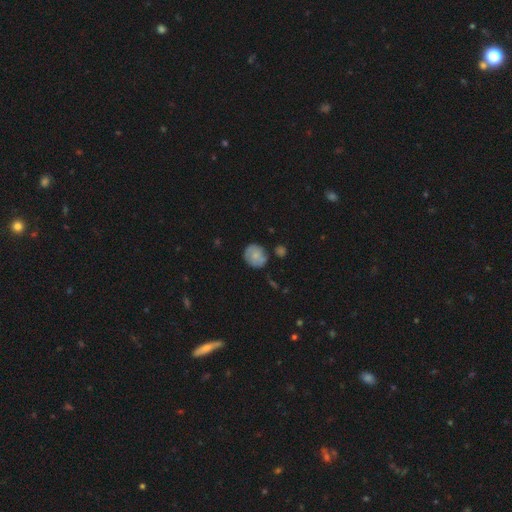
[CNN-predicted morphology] smooth 68%, featured or disk 25%, star or artifact 7%. Down the decision tree: how rounded — round (77%); merging — none (66%).